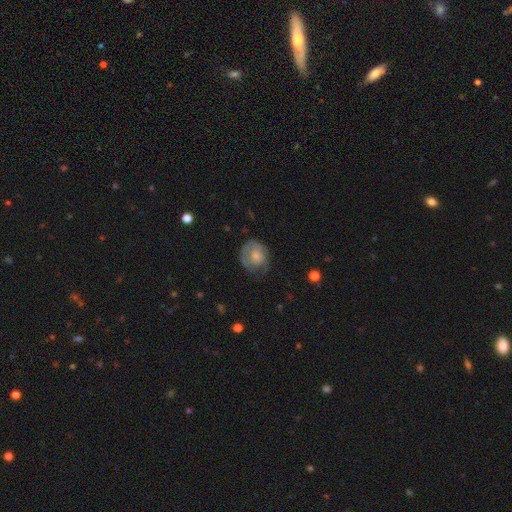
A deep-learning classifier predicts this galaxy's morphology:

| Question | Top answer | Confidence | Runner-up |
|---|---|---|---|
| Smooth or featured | smooth | 55% | featured or disk (38%) |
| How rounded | round | 65% | in between (34%) |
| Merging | none | 48% | minor disturbance (29%) |